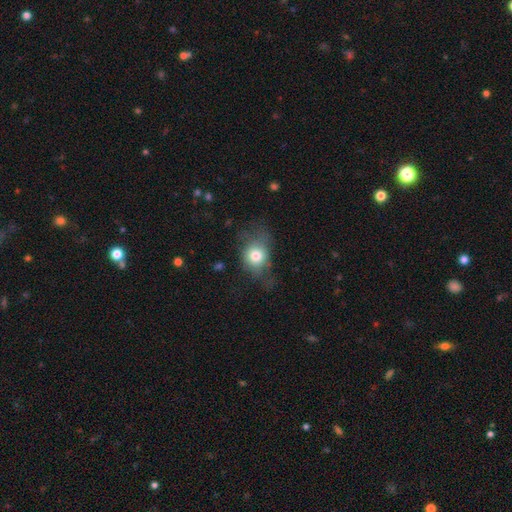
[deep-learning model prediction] Smooth or featured? smooth (72%)
How rounded? round (55%)
Merging? none (44%)